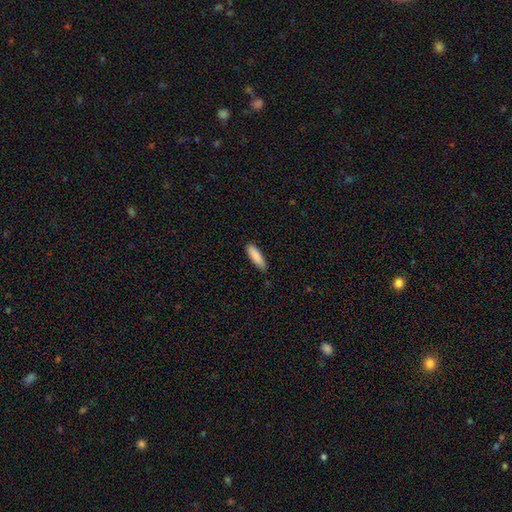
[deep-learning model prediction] A smooth galaxy with no disk features (88%) that is cigar-shaped (55%). Merging: none (76%).